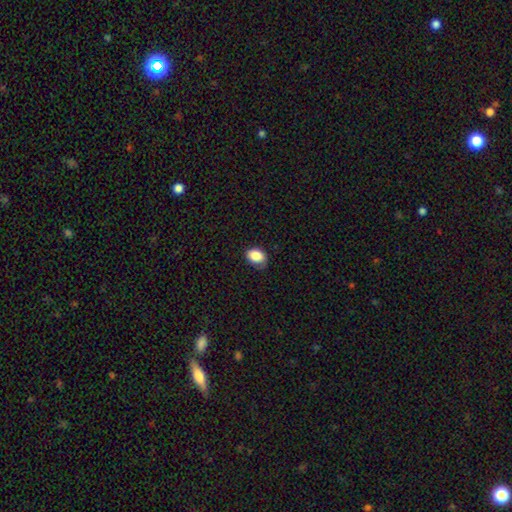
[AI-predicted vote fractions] A smooth galaxy with no disk features (86%) that is in between round and cigar-shaped (73%). Merging: none (64%).